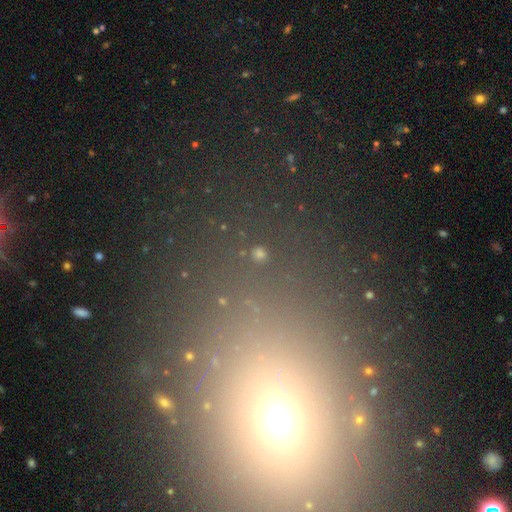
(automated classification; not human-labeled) Morphology: type=star or artifact (54%).